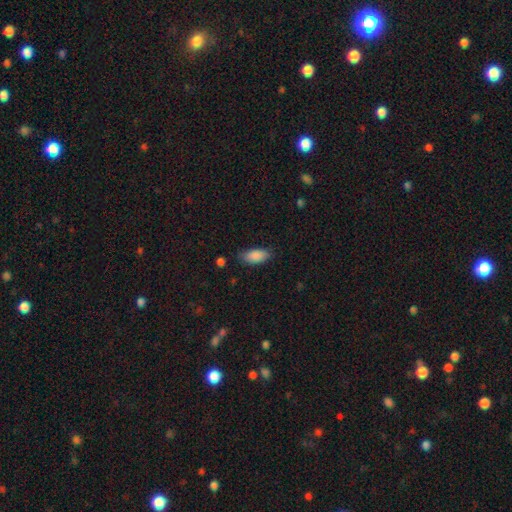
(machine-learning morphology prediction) This is clearly a smooth galaxy (88%). How rounded: clearly in between (89%). Merging: likely none (79%).